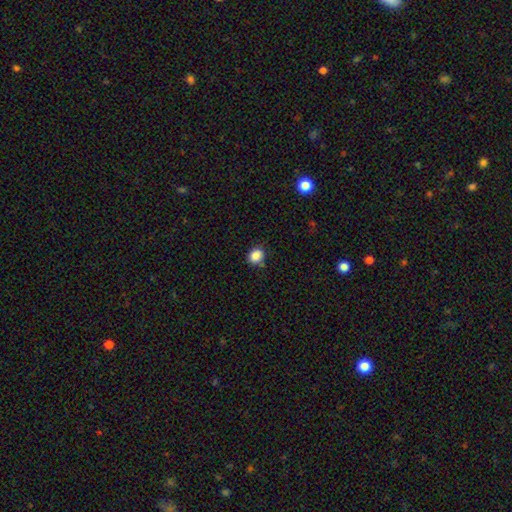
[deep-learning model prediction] This is clearly a smooth galaxy (86%). How rounded: likely round (70%). Merging: likely none (76%).